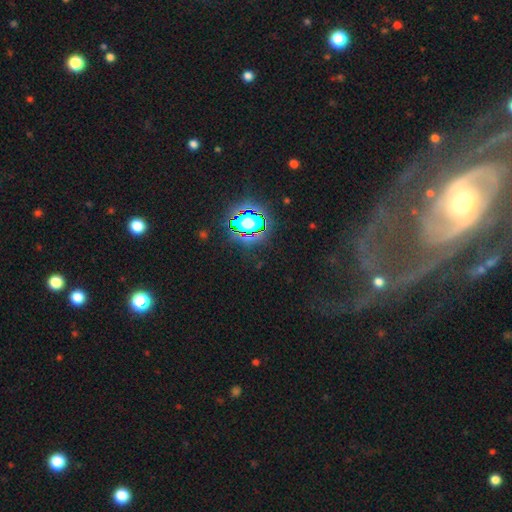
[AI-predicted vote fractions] The model was most divided on "smooth or featured": star or artifact: 60%, featured or disk: 24%, smooth: 17%.